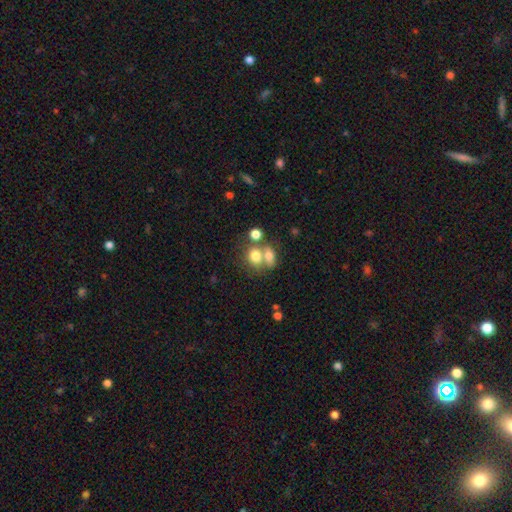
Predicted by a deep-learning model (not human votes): Smooth or featured?
  - smooth: 72% *
  - featured or disk: 16%
  - star or artifact: 12%
How rounded?
  - round: 60% *
  - in between: 38%
  - cigar-shaped: 2%
Merging?
  - merger: 49% *
  - none: 36%
  - minor disturbance: 9%
  - major disturbance: 6%